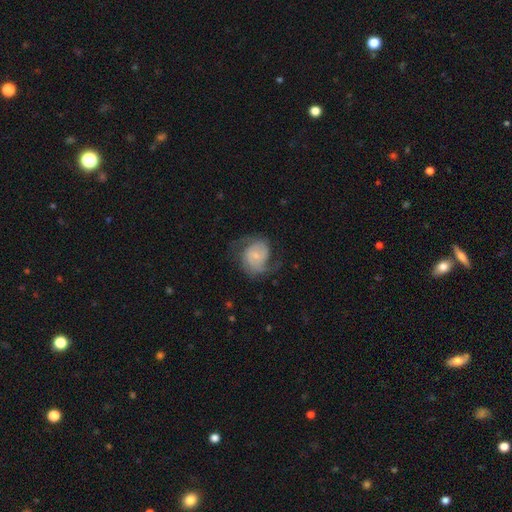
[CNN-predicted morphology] Overall: featured or disk (77%). Edge-on disk: no (98%). Bar: no (62%; weak 32%). Spiral arms: yes (93%). Spiral arm count: 2 (77%). Spiral winding: medium (46%; loose 28%). Bulge size: small (69%). Merging: none (61%).